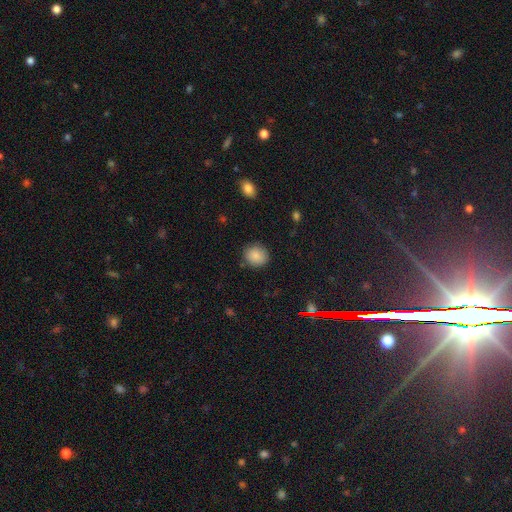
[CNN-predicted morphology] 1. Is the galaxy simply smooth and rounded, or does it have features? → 86% smooth, 10% star or artifact, 5% featured or disk.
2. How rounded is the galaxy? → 83% round, 16% in between, 1% cigar-shaped.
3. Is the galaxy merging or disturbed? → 85% none, 11% minor disturbance, 3% major disturbance, 1% merger.